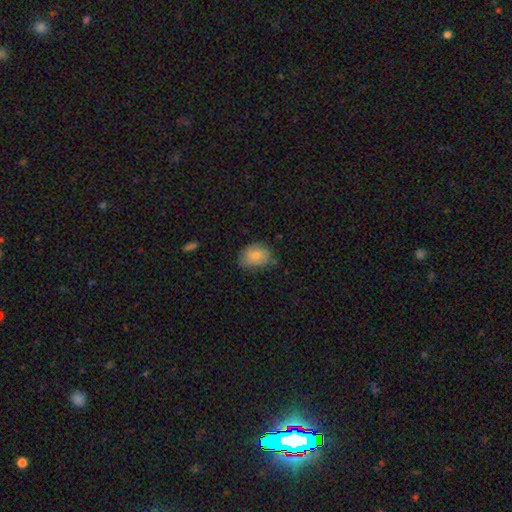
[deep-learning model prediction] Smooth or featured? smooth (79%)
How rounded? in between (65%)
Merging? none (62%)